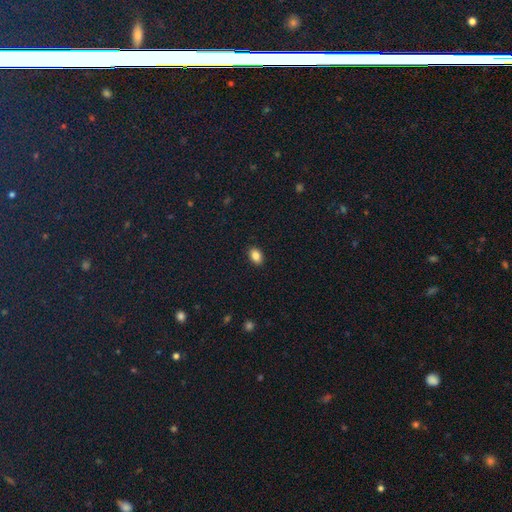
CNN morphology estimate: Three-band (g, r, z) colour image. It shows a smooth galaxy with no disk features (86%) that is in between round and cigar-shaped (82%). Merging: none (90%).